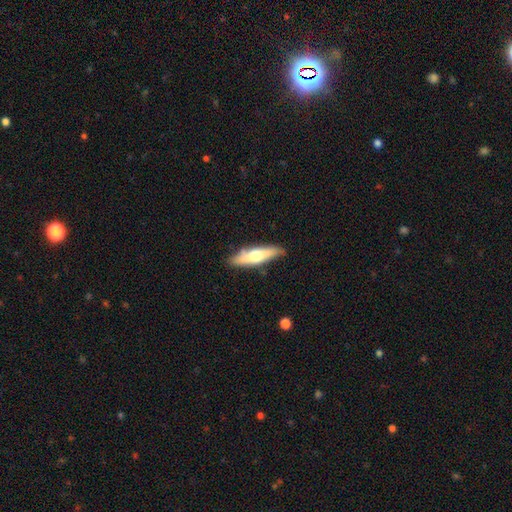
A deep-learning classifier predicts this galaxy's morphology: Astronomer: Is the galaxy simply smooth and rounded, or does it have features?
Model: smooth — 54% (runner-up: featured or disk, 40%).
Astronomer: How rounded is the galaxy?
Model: cigar-shaped — 69%.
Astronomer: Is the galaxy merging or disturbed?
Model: none — 79%.